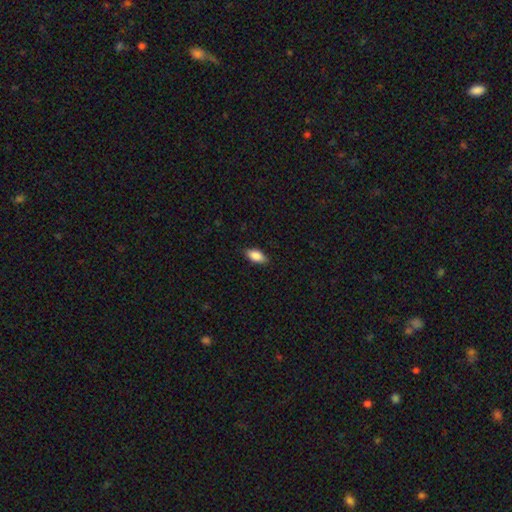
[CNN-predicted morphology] A smooth galaxy with no disk features (87%) that is in between round and cigar-shaped (90%).

Vote fractions:
- Smooth or featured? smooth: 87% / featured or disk: 7% / star or artifact: 7%
- How rounded? in between: 90% / cigar-shaped: 7% / round: 3%
- Merging? none: 87% / minor disturbance: 10% / major disturbance: 2% / merger: 1%